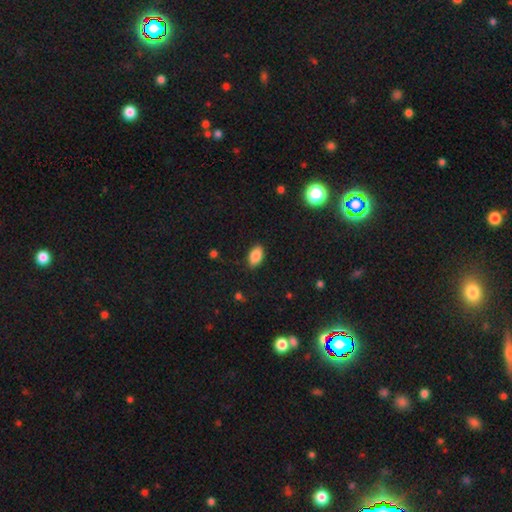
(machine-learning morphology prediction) This is clearly a smooth galaxy (87%). How rounded: clearly in between (92%). Merging: clearly none (87%).